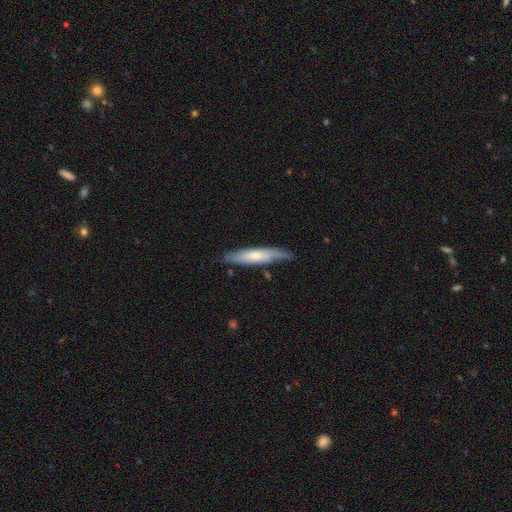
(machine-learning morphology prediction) Smooth or featured? smooth (55%)
How rounded? cigar-shaped (83%)
Merging? none (75%)